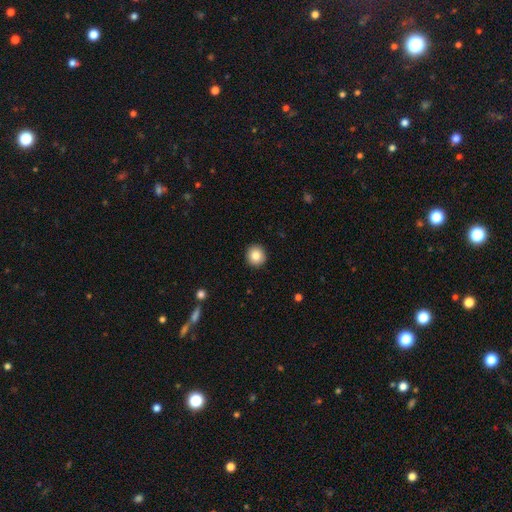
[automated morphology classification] Q: Smooth or featured?
A: smooth (84%); runner-up: star or artifact (9%)
Q: How rounded?
A: round (92%); runner-up: in between (7%)
Q: Merging?
A: none (92%); runner-up: minor disturbance (5%)